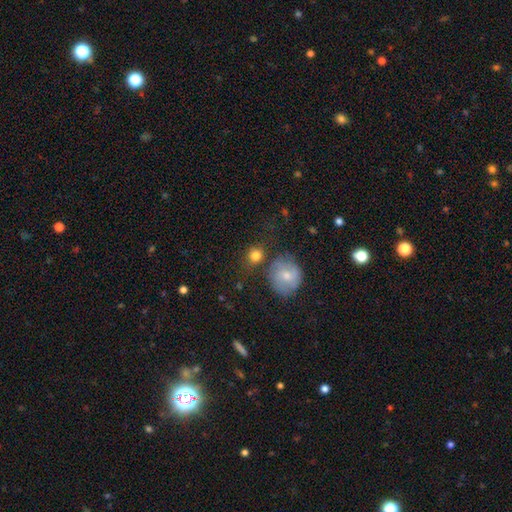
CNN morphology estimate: smooth 81%, featured or disk 11%, star or artifact 8%. Down the decision tree: how rounded — round (79%); merging — none (67%).